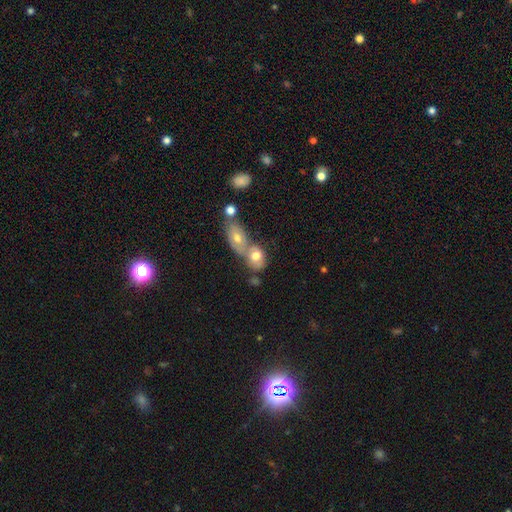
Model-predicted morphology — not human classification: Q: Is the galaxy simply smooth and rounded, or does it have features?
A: smooth — 64%.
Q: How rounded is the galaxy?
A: in between — 66%.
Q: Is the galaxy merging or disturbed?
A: merger — 63%.